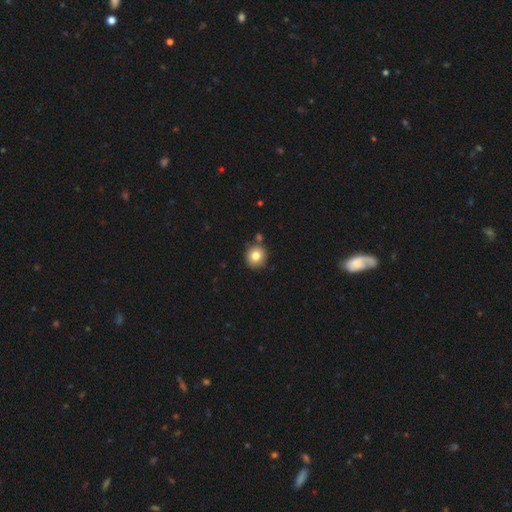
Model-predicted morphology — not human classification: Smooth or featured? Predicted: smooth (p=0.80). How rounded? Predicted: round (p=0.90). Merging? Predicted: none (p=0.78).